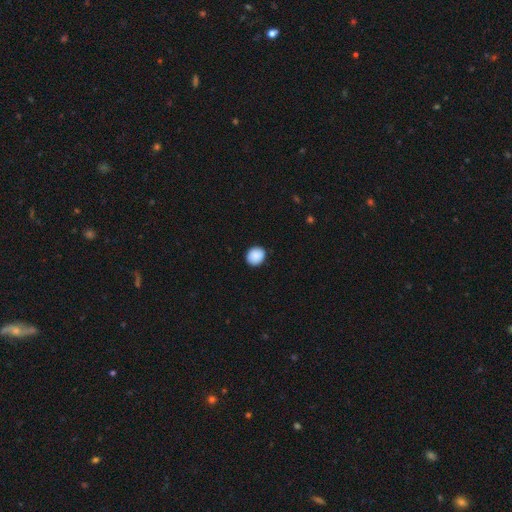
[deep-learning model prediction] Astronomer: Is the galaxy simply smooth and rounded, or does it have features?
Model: smooth — 90%.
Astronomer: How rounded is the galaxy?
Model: round — 76%.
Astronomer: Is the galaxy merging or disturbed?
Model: none — 88%.